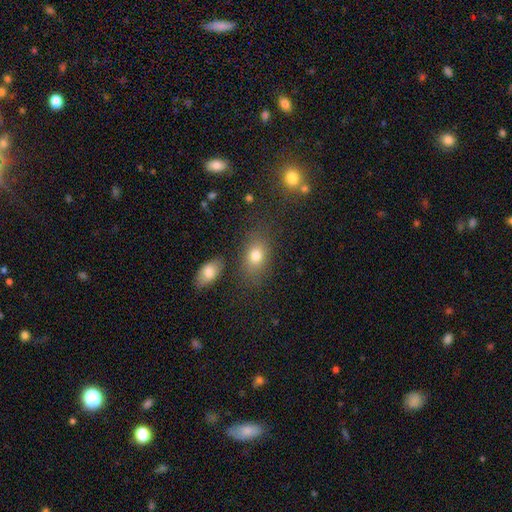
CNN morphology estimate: smooth-or-featured: smooth: 78% | star or artifact: 11% | featured or disk: 11%
  how-rounded: in between: 77% | round: 20% | cigar-shaped: 3%
  merging: none: 72% | minor disturbance: 14% | merger: 7% | major disturbance: 6%